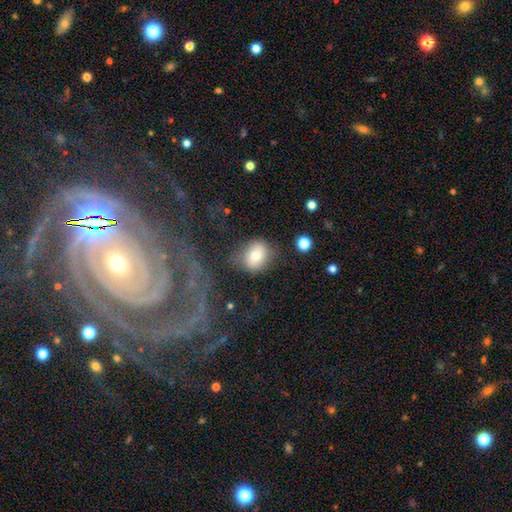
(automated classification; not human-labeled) This appears to be a smooth galaxy with no disk features (77%) that is round (50%). Merging: none (59%).